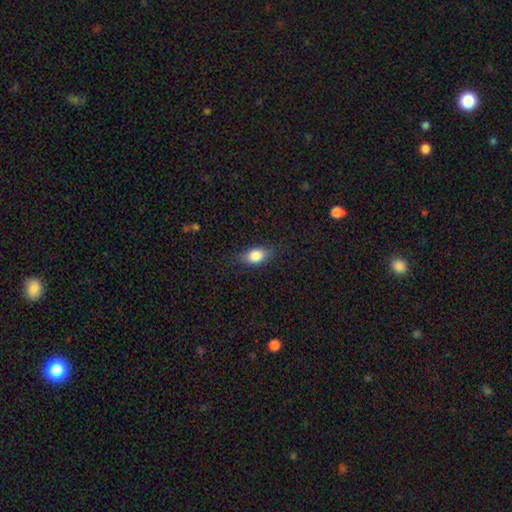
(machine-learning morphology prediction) Smooth or featured: smooth — 82% (featured or disk — 9%)
How rounded: in between — 80% (round — 15%)
Merging: none — 77% (minor disturbance — 17%)